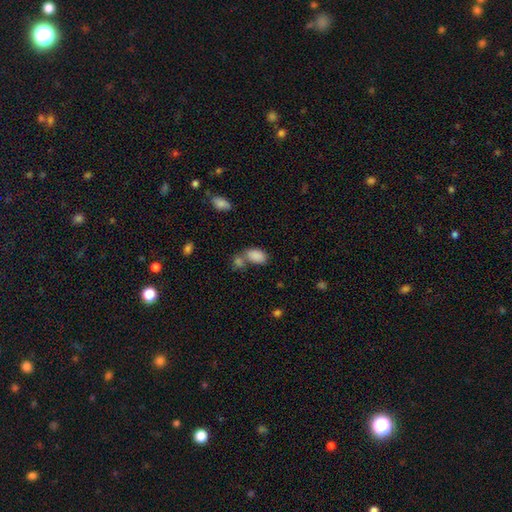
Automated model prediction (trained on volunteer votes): smooth-or-featured: smooth: 86% | star or artifact: 9% | featured or disk: 5%
  how-rounded: in between: 92% | round: 6% | cigar-shaped: 2%
  merging: none: 50% | merger: 32% | minor disturbance: 13% | major disturbance: 5%